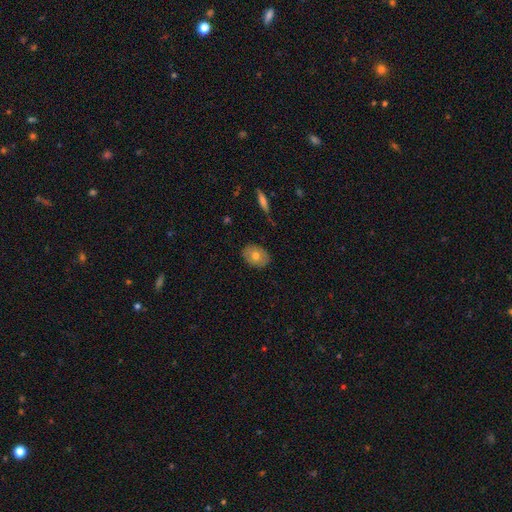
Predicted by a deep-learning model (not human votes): smooth 68%, featured or disk 24%, star or artifact 8%. Down the decision tree: how rounded — in between (74%); merging — none (84%).